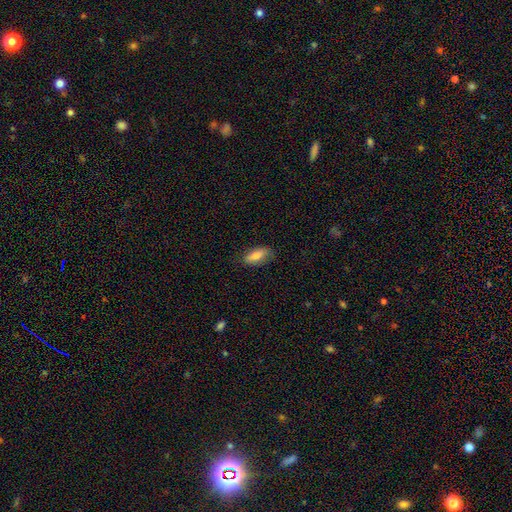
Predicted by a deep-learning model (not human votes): This appears to be a smooth galaxy with no disk features (79%) that is in between round and cigar-shaped (79%). Merging: none (75%).